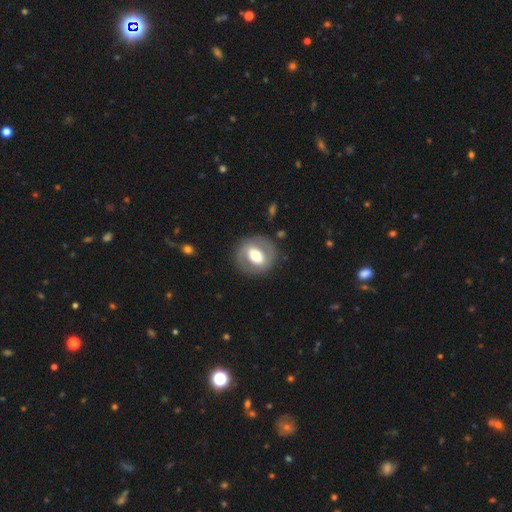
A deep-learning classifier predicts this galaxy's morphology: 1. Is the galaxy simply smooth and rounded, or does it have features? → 57% featured or disk, 37% smooth, 6% star or artifact.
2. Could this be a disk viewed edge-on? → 95% no, 5% yes.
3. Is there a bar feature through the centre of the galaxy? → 34% strong, 33% weak, 32% no.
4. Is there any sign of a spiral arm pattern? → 58% no, 42% yes.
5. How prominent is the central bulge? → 58% moderate, 30% large, 7% small, 3% dominant, 1% none.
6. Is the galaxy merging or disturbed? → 82% none, 11% minor disturbance, 6% major disturbance, 1% merger.